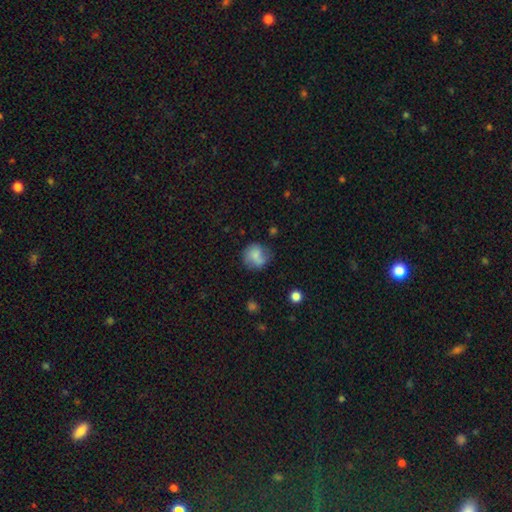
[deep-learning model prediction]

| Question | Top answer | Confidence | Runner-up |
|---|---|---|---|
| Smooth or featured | smooth | 67% | featured or disk (24%) |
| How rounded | round | 79% | in between (20%) |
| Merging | none | 55% | minor disturbance (25%) |